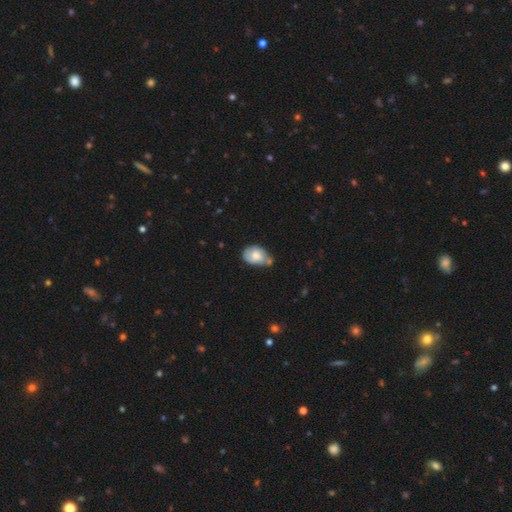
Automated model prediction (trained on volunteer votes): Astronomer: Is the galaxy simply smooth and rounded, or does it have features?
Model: smooth — 61%.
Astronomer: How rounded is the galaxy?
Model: in between — 80%.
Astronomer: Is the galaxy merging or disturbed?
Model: none — 39% (runner-up: minor disturbance, 36%).